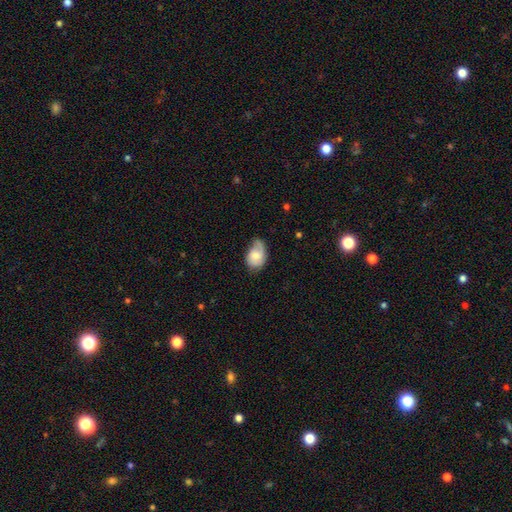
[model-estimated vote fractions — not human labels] smooth-or-featured: smooth: 58% | featured or disk: 35% | star or artifact: 7%
  how-rounded: in between: 82% | round: 16% | cigar-shaped: 1%
  merging: none: 46% | minor disturbance: 38% | major disturbance: 13% | merger: 2%